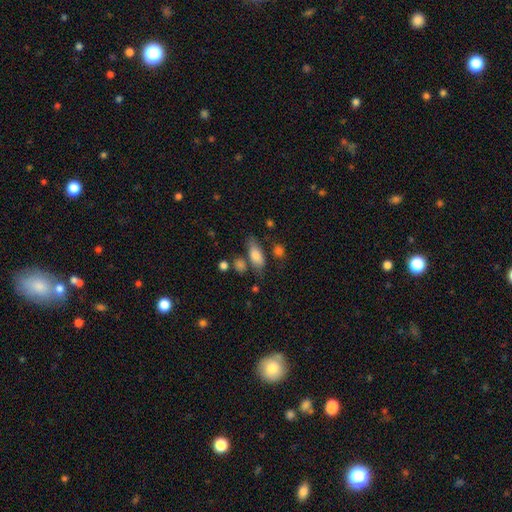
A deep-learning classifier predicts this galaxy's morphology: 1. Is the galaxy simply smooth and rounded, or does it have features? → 79% smooth, 13% featured or disk, 8% star or artifact.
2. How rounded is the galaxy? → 81% in between, 14% cigar-shaped, 5% round.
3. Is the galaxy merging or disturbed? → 58% none, 22% minor disturbance, 11% merger, 10% major disturbance.